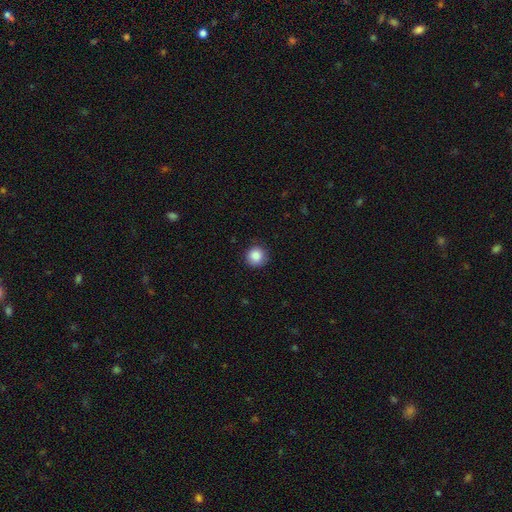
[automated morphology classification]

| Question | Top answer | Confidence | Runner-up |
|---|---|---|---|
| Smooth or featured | smooth | 87% | star or artifact (9%) |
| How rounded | round | 93% | in between (6%) |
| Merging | none | 87% | minor disturbance (9%) |